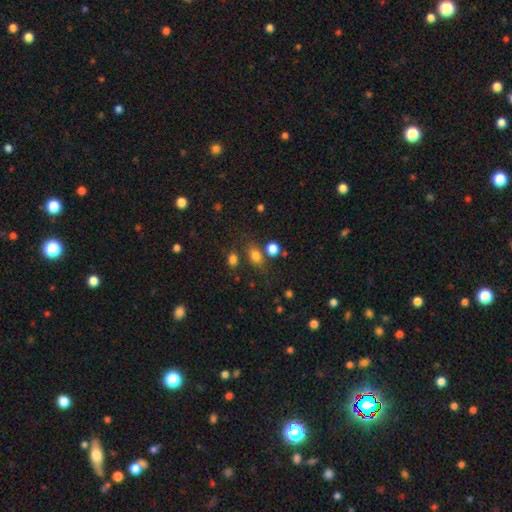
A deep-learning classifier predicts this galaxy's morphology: type=smooth (78%); roundness=in between (70%); merging=none (68%).